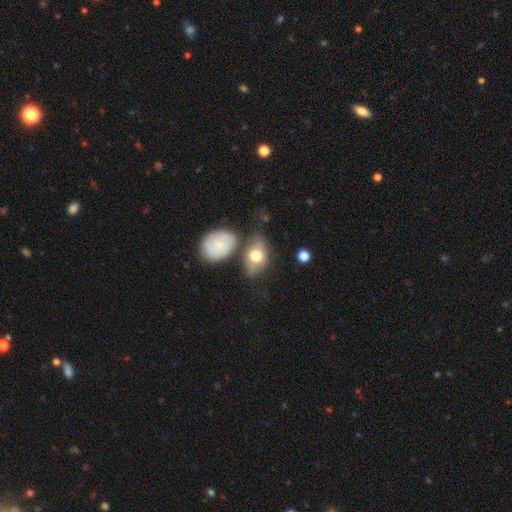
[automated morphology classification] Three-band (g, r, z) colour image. It shows a smooth galaxy with no disk features (69%) that is in between round and cigar-shaped (81%). Merging: none (53%).